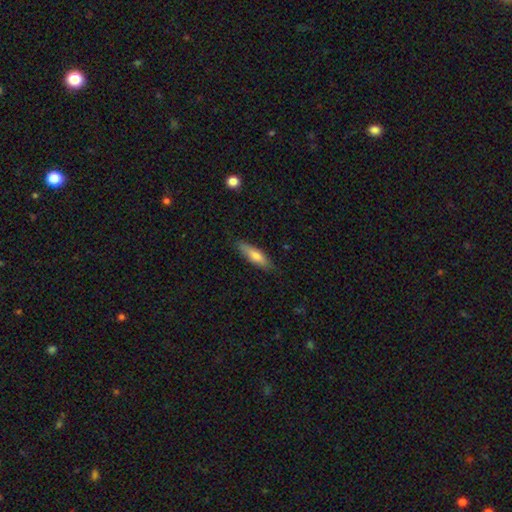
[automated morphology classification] smooth_or_featured: smooth (p=0.69) [alt: featured or disk p=0.24]
how_rounded: cigar-shaped (p=0.65) [alt: in between p=0.33]
merging: none (p=0.83) [alt: minor disturbance p=0.13]